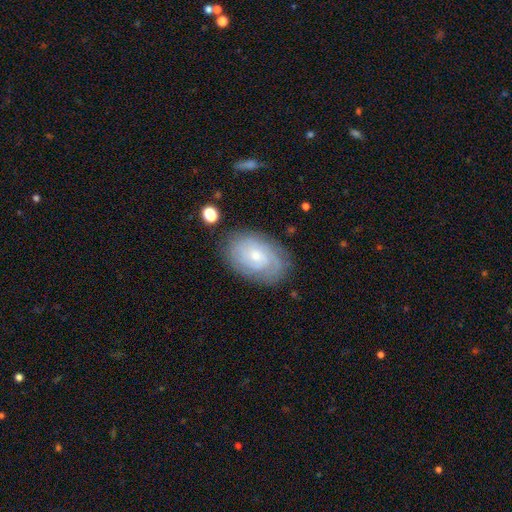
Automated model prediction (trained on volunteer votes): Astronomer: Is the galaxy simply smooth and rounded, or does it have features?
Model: featured or disk — 67%.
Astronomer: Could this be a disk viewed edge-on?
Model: no — 95%.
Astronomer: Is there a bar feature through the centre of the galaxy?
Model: no — 76%.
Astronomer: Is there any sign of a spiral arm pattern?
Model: yes — 88%.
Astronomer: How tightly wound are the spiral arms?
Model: tight — 71%.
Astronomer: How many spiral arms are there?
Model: can't tell — 48% (runner-up: 2, 23%).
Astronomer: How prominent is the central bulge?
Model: small — 67%.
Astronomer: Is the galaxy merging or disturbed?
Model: none — 78%.